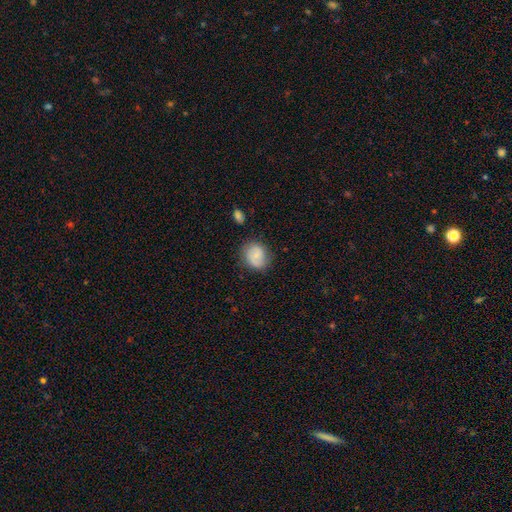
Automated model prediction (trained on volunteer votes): Q: Smooth or featured?
A: smooth (65%); runner-up: featured or disk (27%)
Q: How rounded?
A: round (62%); runner-up: in between (38%)
Q: Merging?
A: none (74%); runner-up: minor disturbance (18%)